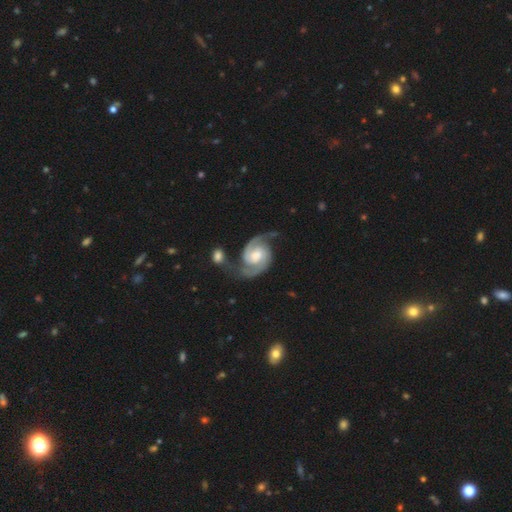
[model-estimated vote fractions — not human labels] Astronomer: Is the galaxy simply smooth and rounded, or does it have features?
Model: featured or disk — 92%.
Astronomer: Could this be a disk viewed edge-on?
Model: no — 98%.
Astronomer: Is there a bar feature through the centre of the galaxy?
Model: no — 50% (runner-up: weak, 39%).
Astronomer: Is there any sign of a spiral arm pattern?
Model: yes — 98%.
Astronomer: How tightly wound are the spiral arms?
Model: medium — 54%.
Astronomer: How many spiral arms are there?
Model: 2 — 94%.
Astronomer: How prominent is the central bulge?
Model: moderate — 50% (runner-up: large, 26%).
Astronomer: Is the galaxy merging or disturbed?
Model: none — 60%.